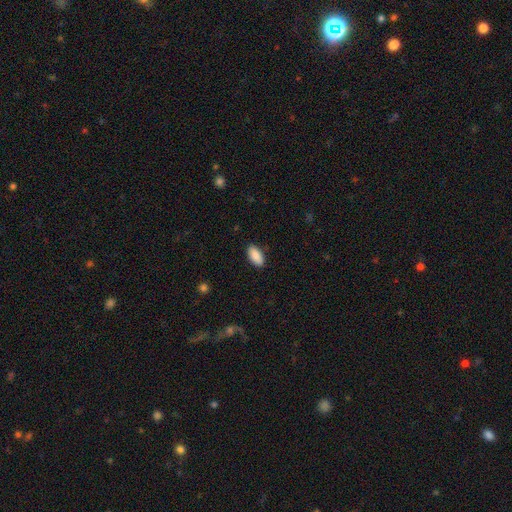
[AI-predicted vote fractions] A smooth galaxy with no disk features (90%) that is in between round and cigar-shaped (93%). Merging: none (88%).